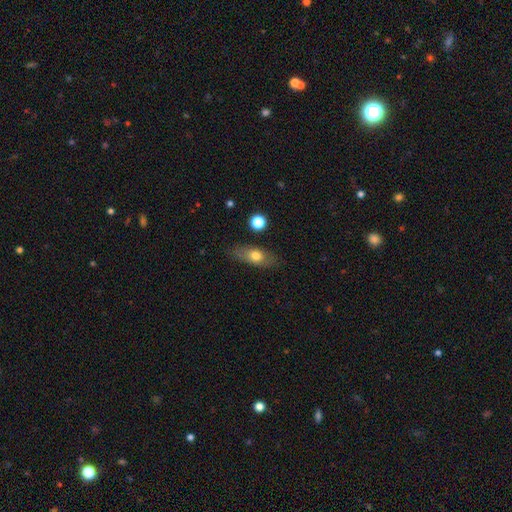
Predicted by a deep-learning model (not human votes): smooth-or-featured: smooth: 65% | featured or disk: 27% | star or artifact: 8%
  how-rounded: in between: 66% | cigar-shaped: 26% | round: 9%
  merging: none: 79% | minor disturbance: 15% | major disturbance: 4% | merger: 2%